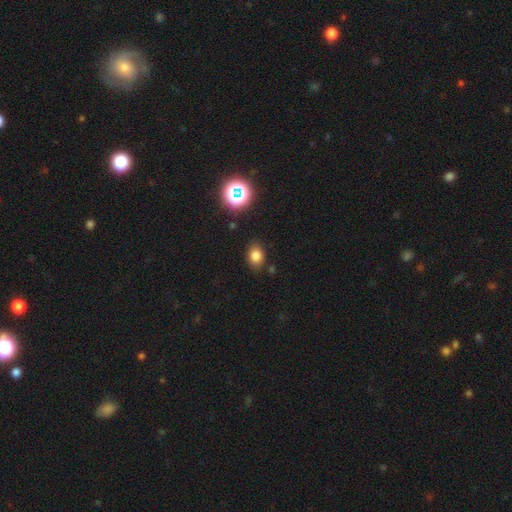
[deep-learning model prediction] This is likely a smooth galaxy (79%). How rounded: possibly in between (60%). Merging: clearly none (81%).